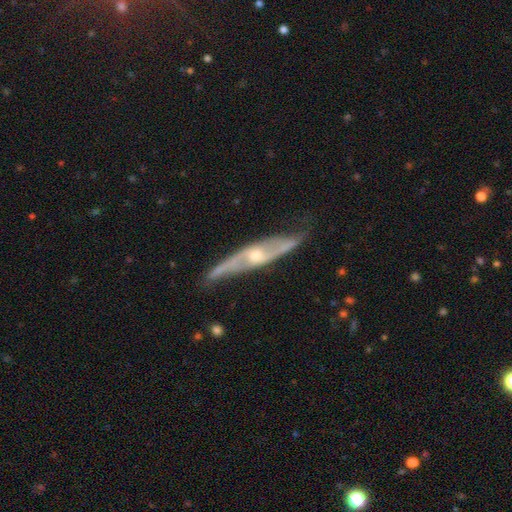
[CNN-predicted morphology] smooth_or_featured: featured or disk (p=0.85) [alt: smooth p=0.09]
disk_edge_on: no (p=0.57) [alt: yes p=0.43]
merging: none (p=0.71) [alt: minor disturbance p=0.21]